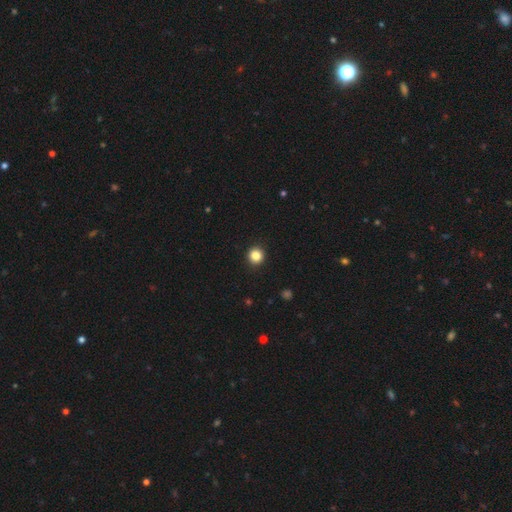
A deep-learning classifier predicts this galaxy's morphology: Q: Smooth or featured?
A: smooth (84%); runner-up: star or artifact (11%)
Q: How rounded?
A: round (94%); runner-up: in between (6%)
Q: Merging?
A: none (93%); runner-up: minor disturbance (4%)